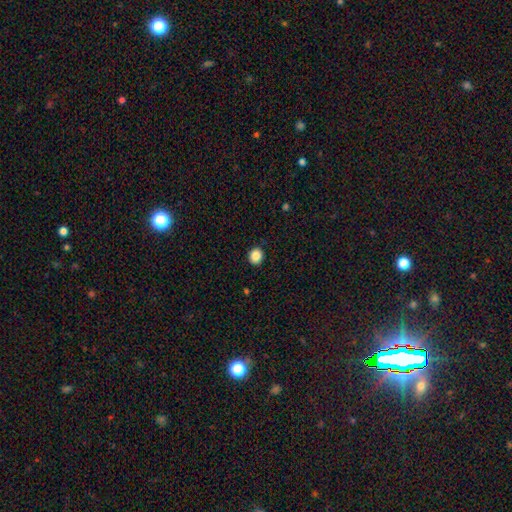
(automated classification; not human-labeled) A smooth galaxy with no disk features (87%) that is round (77%).

Vote fractions:
- Smooth or featured? smooth: 87% / star or artifact: 9% / featured or disk: 3%
- How rounded? round: 77% / in between: 22% / cigar-shaped: 1%
- Merging? none: 91% / minor disturbance: 7% / major disturbance: 2% / merger: 1%